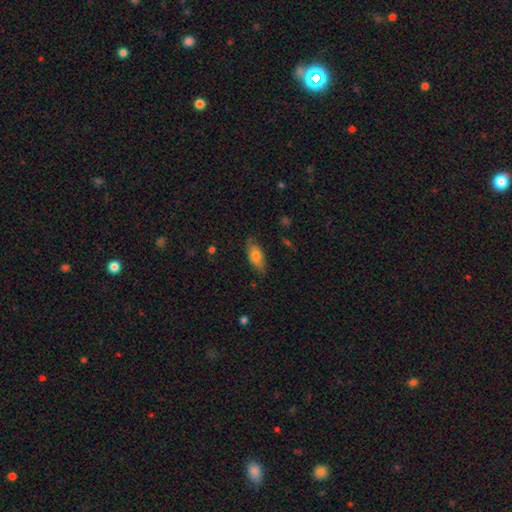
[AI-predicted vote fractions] A smooth galaxy with no disk features (73%) that is in between round and cigar-shaped (81%). Merging: none (78%).